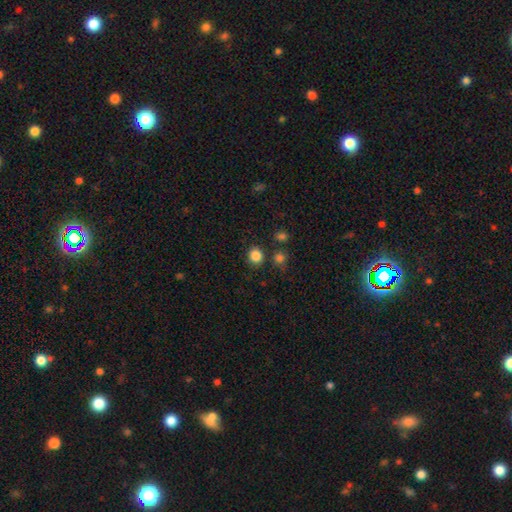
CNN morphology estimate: smooth-or-featured: smooth: 85% | star or artifact: 11% | featured or disk: 4%
  how-rounded: round: 81% | in between: 19% | cigar-shaped: 1%
  merging: none: 83% | minor disturbance: 9% | merger: 5% | major disturbance: 3%